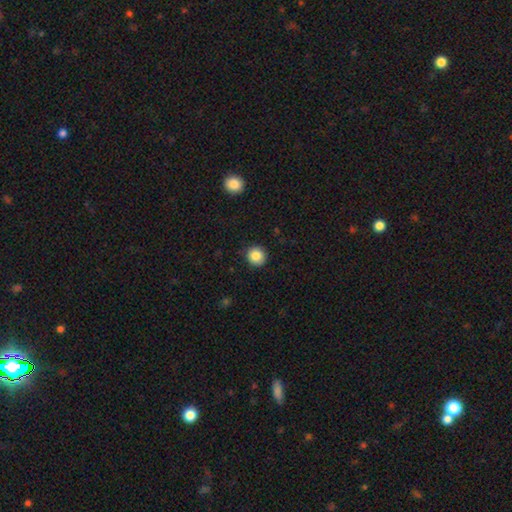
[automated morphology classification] Smooth or featured?
  - smooth: 85% *
  - star or artifact: 9%
  - featured or disk: 6%
How rounded?
  - round: 93% *
  - in between: 6%
  - cigar-shaped: 1%
Merging?
  - none: 92% *
  - minor disturbance: 6%
  - major disturbance: 2%
  - merger: 1%